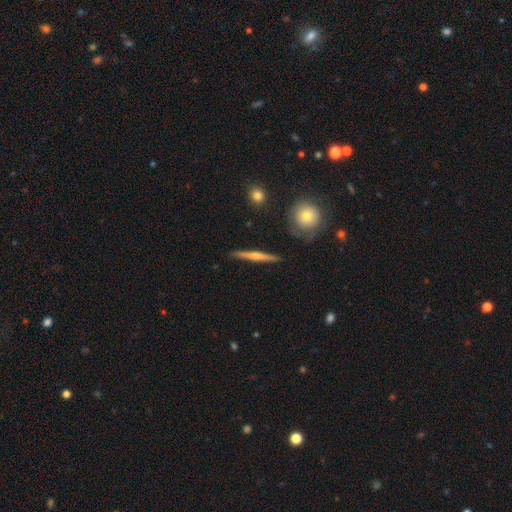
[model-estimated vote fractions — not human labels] Smooth or featured? Predicted: featured or disk (p=0.64). Edge-on disk? Predicted: yes (p=0.97). Edge-on bulge? Predicted: rounded (p=0.71). Merging? Predicted: none (p=0.89).